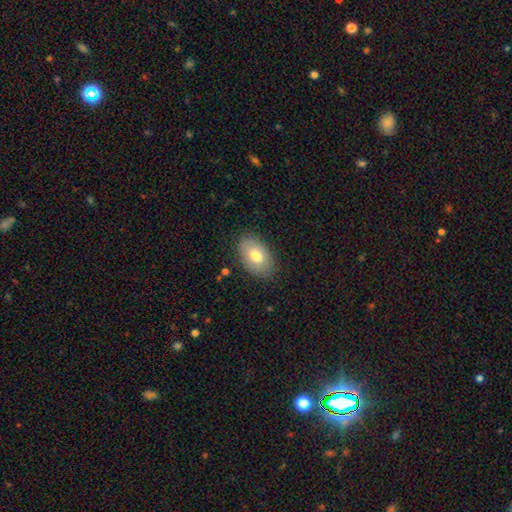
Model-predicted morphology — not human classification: The model was most divided on "smooth or featured": smooth: 75%, featured or disk: 18%, star or artifact: 7%. More confident: how rounded — in between (91%); merging — none (83%).